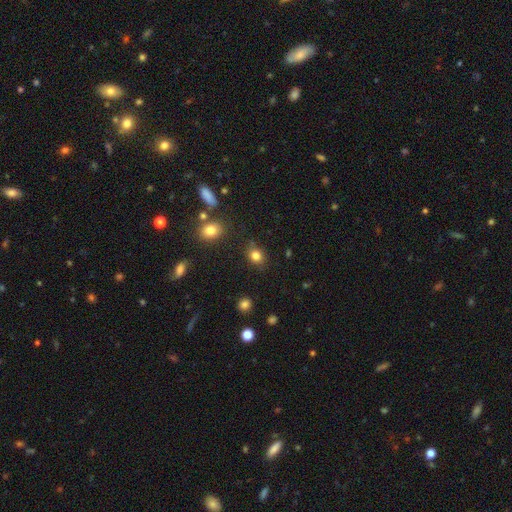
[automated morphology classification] The model was most divided on "how rounded": round: 63%, in between: 36%, cigar-shaped: 1%. More confident: smooth or featured — smooth (83%); merging — none (81%).